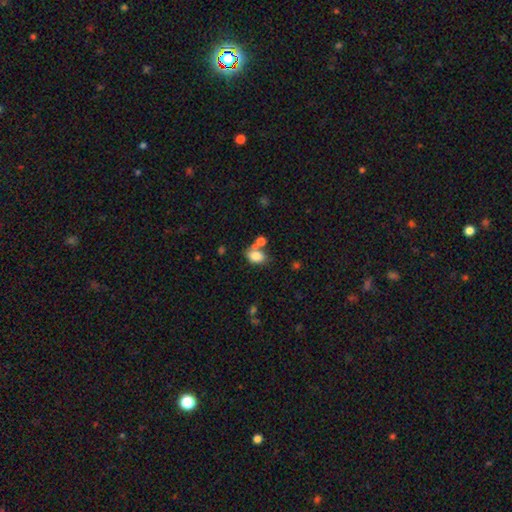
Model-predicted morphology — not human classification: smooth-or-featured: smooth: 80% | star or artifact: 10% | featured or disk: 9%
  how-rounded: in between: 79% | round: 20% | cigar-shaped: 1%
  merging: none: 51% | merger: 29% | minor disturbance: 14% | major disturbance: 6%